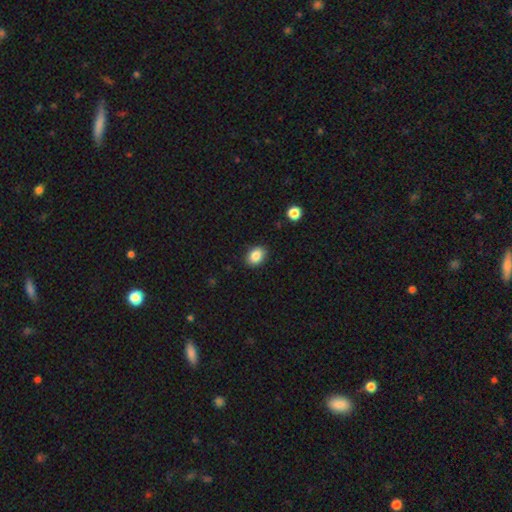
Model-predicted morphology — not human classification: A smooth galaxy with no disk features (86%) that is in between round and cigar-shaped (69%).

Vote fractions:
- Smooth or featured? smooth: 86% / star or artifact: 9% / featured or disk: 5%
- How rounded? in between: 69% / round: 30% / cigar-shaped: 1%
- Merging? none: 88% / minor disturbance: 8% / major disturbance: 2% / merger: 1%